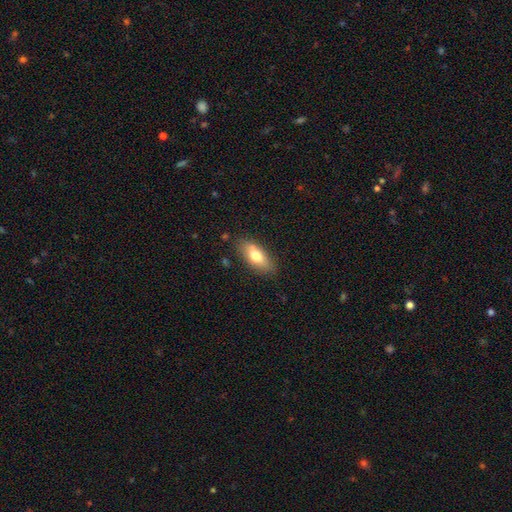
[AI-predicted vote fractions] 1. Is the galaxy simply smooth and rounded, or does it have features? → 71% smooth, 22% featured or disk, 7% star or artifact.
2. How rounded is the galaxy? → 79% in between, 17% cigar-shaped, 4% round.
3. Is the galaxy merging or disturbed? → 81% none, 14% minor disturbance, 3% major disturbance, 2% merger.